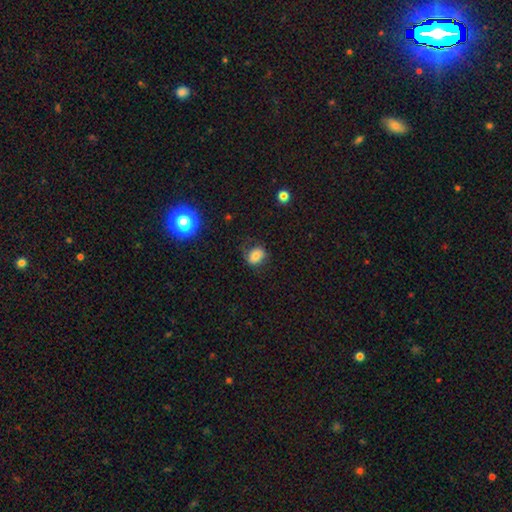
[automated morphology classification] type=smooth (74%); roundness=in between (58%); merging=none (62%).